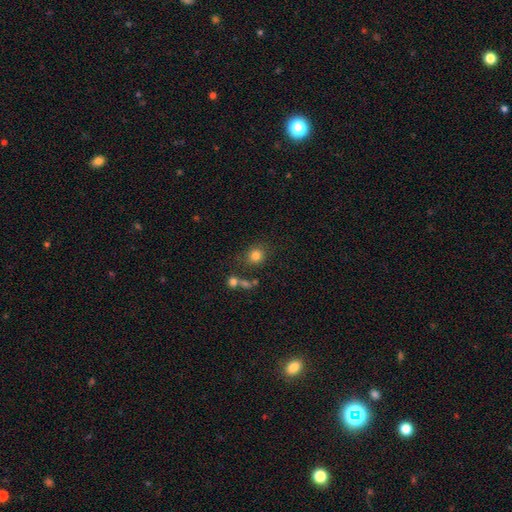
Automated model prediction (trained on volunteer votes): Smooth or featured: smooth — 80% (star or artifact — 13%)
How rounded: round — 82% (in between — 17%)
Merging: none — 74% (minor disturbance — 12%)